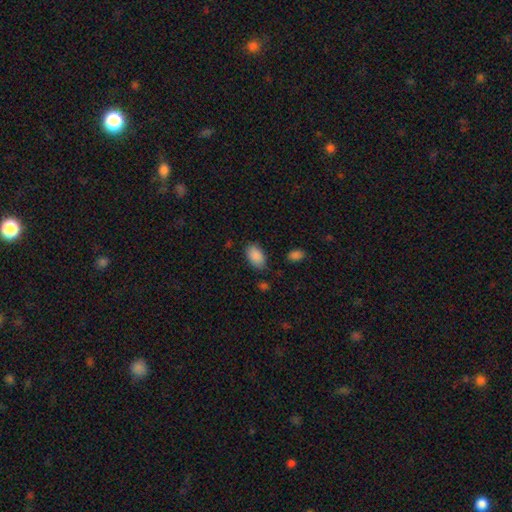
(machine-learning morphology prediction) The model was most divided on "merging": none: 79%, minor disturbance: 14%, major disturbance: 4%, merger: 3%. More confident: how rounded — in between (92%); smooth or featured — smooth (89%).